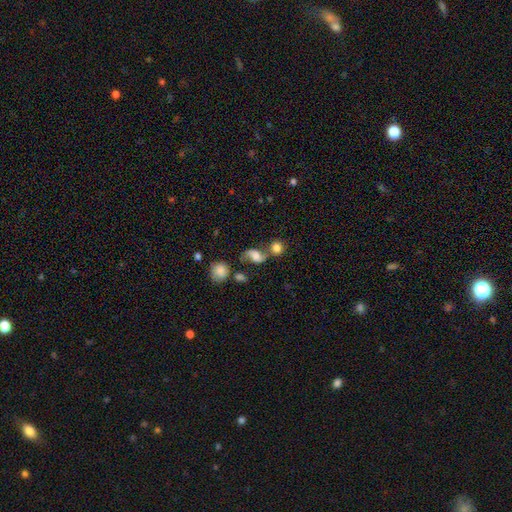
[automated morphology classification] Smooth or featured?
  - featured or disk: 44% *
  - smooth: 43%
  - star or artifact: 13%
Merging?
  - none: 44% *
  - merger: 28%
  - minor disturbance: 17%
  - major disturbance: 11%